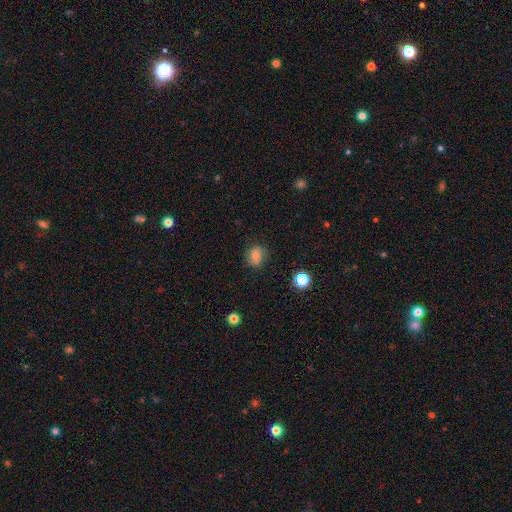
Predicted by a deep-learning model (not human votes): A smooth galaxy with no disk features (70%) that is round (69%).

Vote fractions:
- Smooth or featured? smooth: 70% / featured or disk: 18% / star or artifact: 12%
- How rounded? round: 69% / in between: 30% / cigar-shaped: 1%
- Merging? none: 77% / minor disturbance: 17% / major disturbance: 5% / merger: 1%